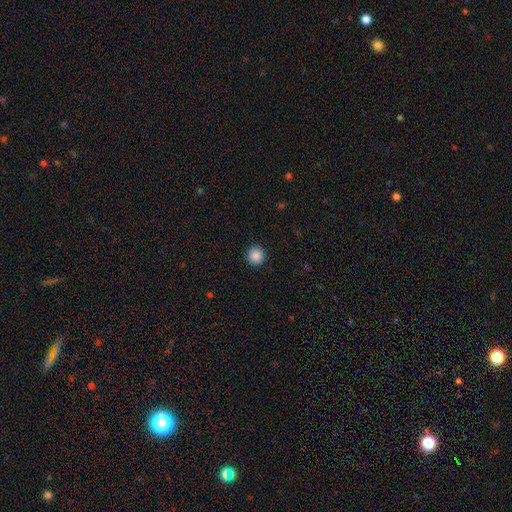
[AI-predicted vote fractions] Smooth or featured? smooth (87%)
How rounded? round (94%)
Merging? none (92%)